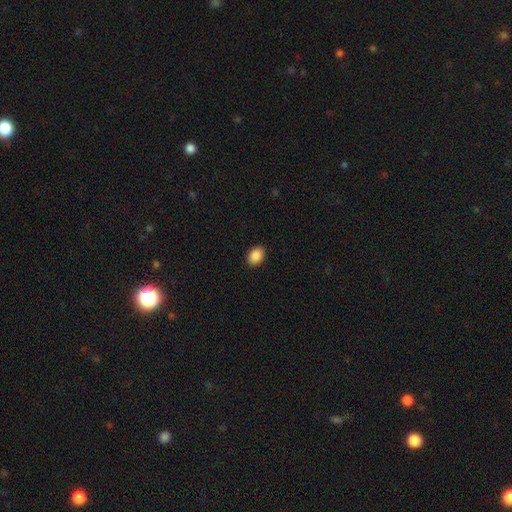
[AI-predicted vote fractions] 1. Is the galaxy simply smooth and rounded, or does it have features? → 89% smooth, 8% star or artifact, 3% featured or disk.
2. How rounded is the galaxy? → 74% in between, 26% round, 1% cigar-shaped.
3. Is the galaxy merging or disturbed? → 90% none, 7% minor disturbance, 2% major disturbance, 1% merger.